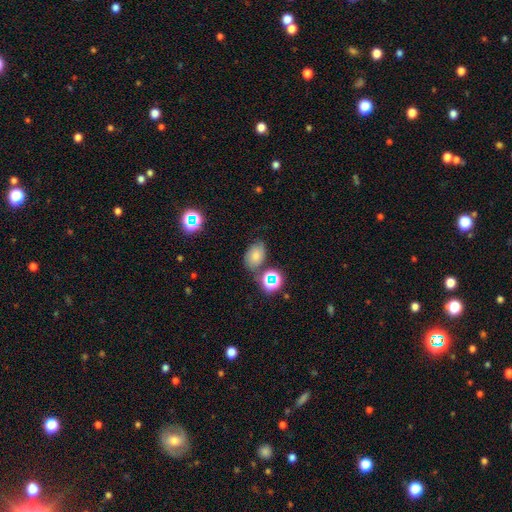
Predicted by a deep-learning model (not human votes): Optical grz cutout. It shows a smooth galaxy with no disk features (61%) that is in between round and cigar-shaped (76%). Merging: none (62%).